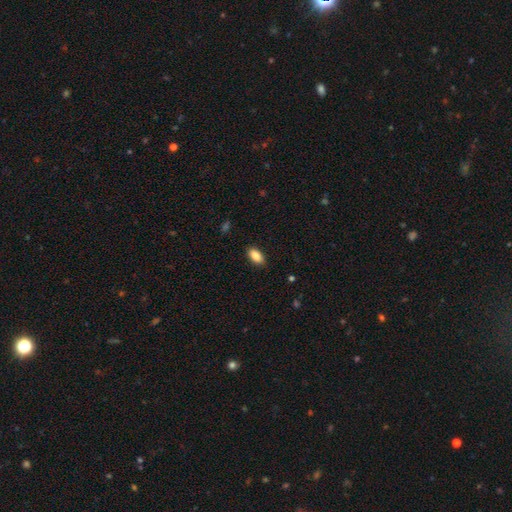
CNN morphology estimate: Smooth or featured? Predicted: smooth (p=0.89). How rounded? Predicted: in between (p=0.92). Merging? Predicted: none (p=0.89).